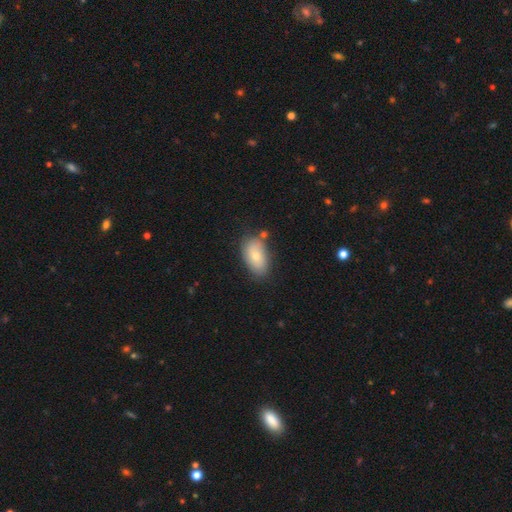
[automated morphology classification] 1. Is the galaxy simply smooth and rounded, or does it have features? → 75% smooth, 19% featured or disk, 6% star or artifact.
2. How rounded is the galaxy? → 93% in between, 5% round, 2% cigar-shaped.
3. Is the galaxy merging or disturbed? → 72% none, 18% minor disturbance, 6% merger, 4% major disturbance.